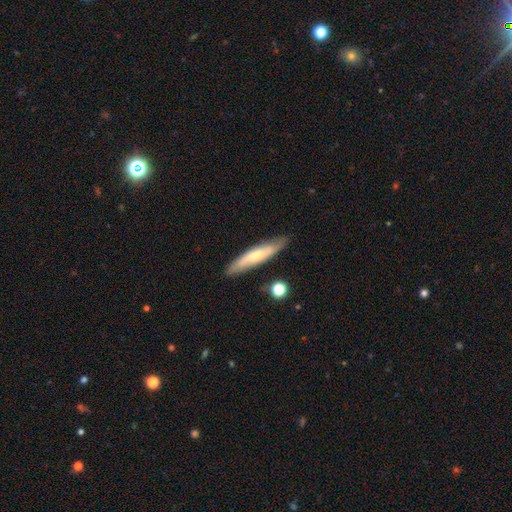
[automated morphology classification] This appears to be a smooth galaxy with no disk features (54%) that is cigar-shaped (86%). Merging: none (84%).